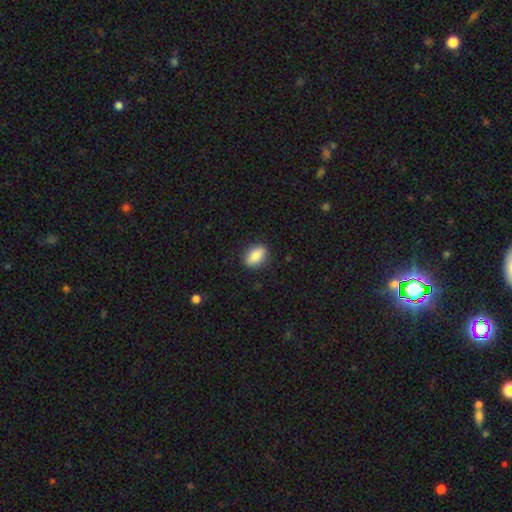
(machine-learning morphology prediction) This appears to be a smooth galaxy with no disk features (85%) that is in between round and cigar-shaped (84%). Merging: none (86%).